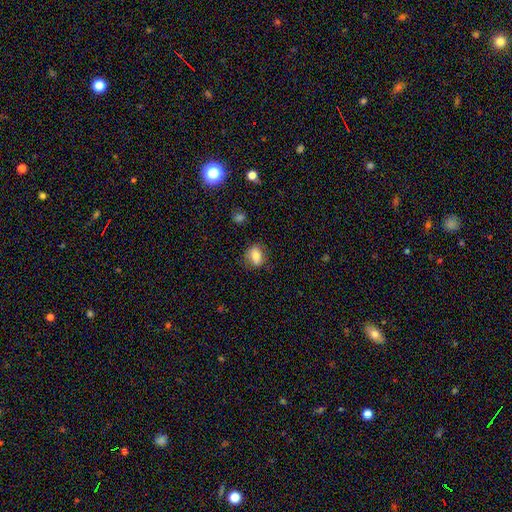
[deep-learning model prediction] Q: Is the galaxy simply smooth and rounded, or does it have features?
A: smooth — 75%.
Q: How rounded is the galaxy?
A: in between — 60%.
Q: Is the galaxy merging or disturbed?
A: none — 76%.